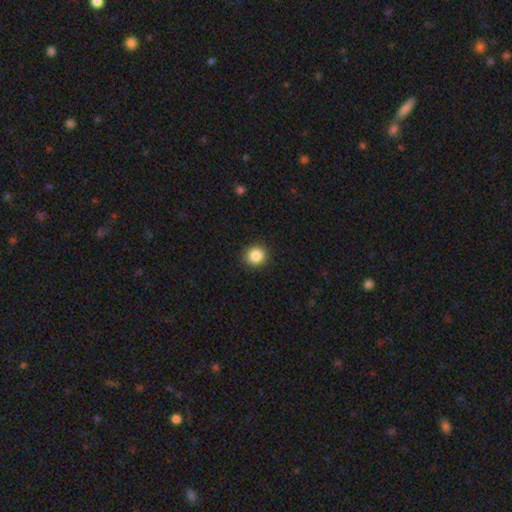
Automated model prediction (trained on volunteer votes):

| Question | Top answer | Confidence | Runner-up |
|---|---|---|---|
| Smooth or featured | smooth | 86% | star or artifact (10%) |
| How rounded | round | 92% | in between (7%) |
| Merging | none | 92% | minor disturbance (5%) |